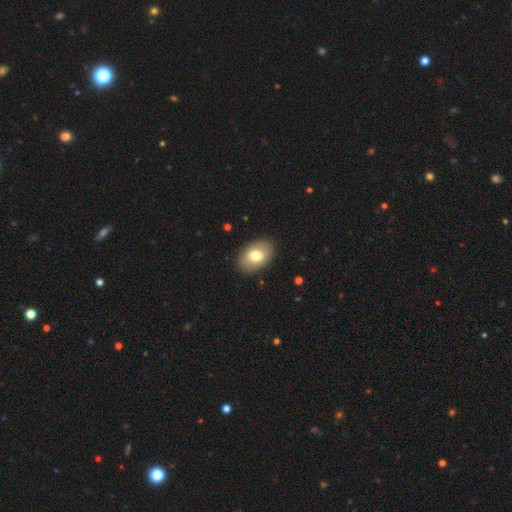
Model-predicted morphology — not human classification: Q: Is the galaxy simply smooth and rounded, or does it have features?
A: smooth — 77%.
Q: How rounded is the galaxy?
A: in between — 86%.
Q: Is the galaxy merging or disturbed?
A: none — 88%.